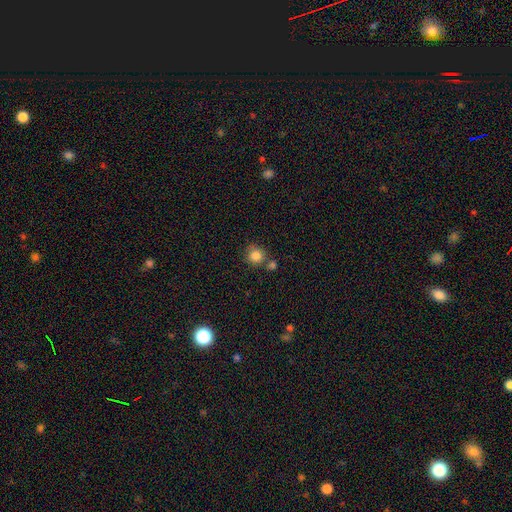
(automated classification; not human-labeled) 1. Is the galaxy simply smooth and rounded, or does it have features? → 85% smooth, 10% star or artifact, 5% featured or disk.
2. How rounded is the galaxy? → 90% round, 9% in between, 1% cigar-shaped.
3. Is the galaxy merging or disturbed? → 65% none, 19% merger, 12% minor disturbance, 4% major disturbance.